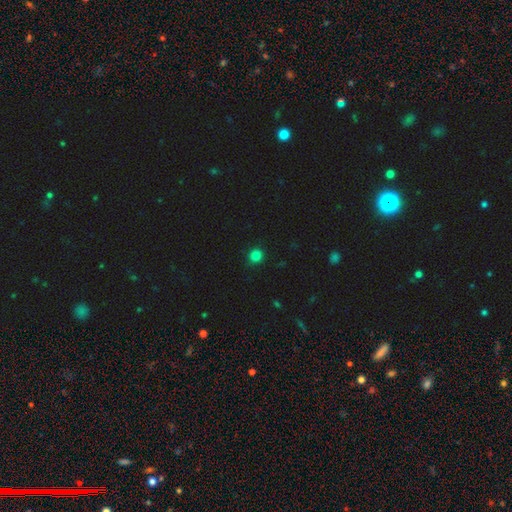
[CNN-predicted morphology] A smooth galaxy with no disk features (83%) that is round (93%). Merging: none (90%).